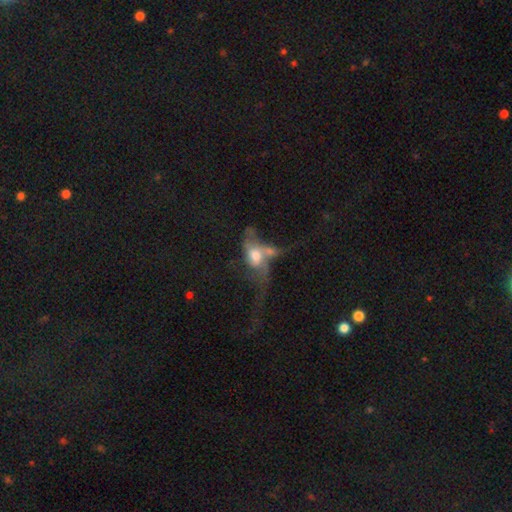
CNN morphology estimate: smooth_or_featured: featured or disk (p=0.53) [alt: smooth p=0.37]
disk_edge_on: no (p=0.91) [alt: yes p=0.09]
merging: merger (p=0.49) [alt: major disturbance p=0.30]